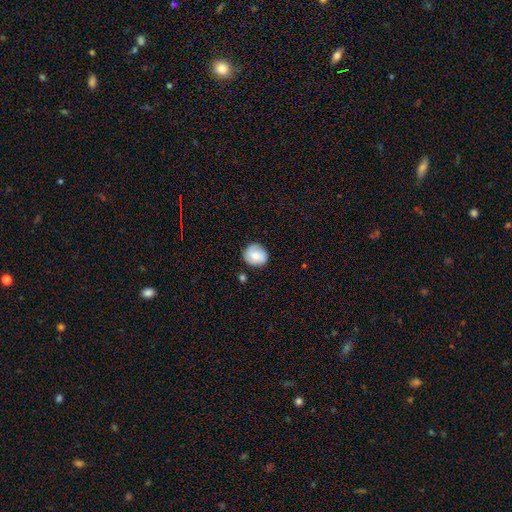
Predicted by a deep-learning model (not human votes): A smooth galaxy with no disk features (64%) that is round (83%). Merging: none (77%).